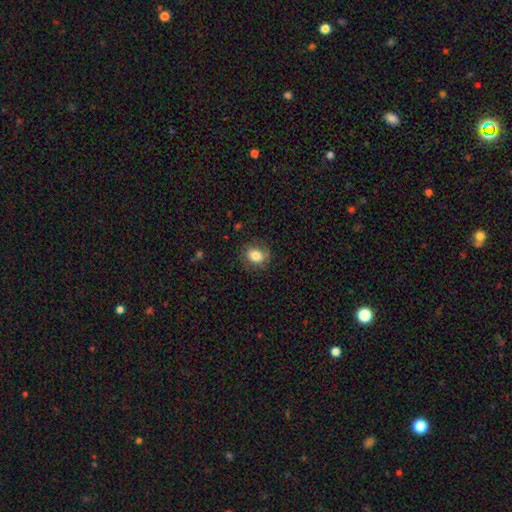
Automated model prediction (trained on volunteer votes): Smooth or featured?
  - smooth: 81% *
  - featured or disk: 10%
  - star or artifact: 9%
How rounded?
  - in between: 55% *
  - round: 44%
  - cigar-shaped: 1%
Merging?
  - none: 77% *
  - minor disturbance: 17%
  - major disturbance: 5%
  - merger: 1%